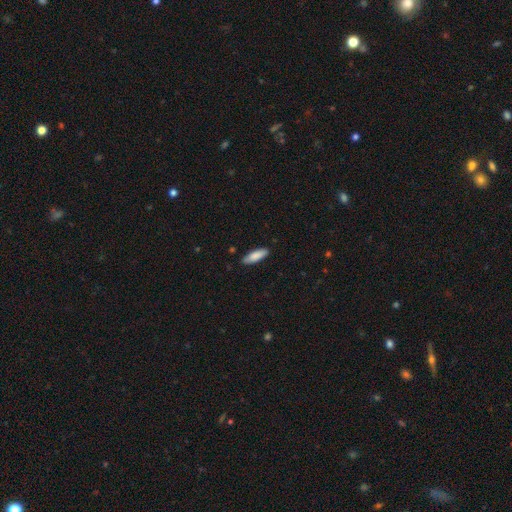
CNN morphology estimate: Smooth or featured?
  - smooth: 85% *
  - featured or disk: 9%
  - star or artifact: 6%
How rounded?
  - in between: 54% *
  - cigar-shaped: 44%
  - round: 1%
Merging?
  - none: 85% *
  - minor disturbance: 12%
  - major disturbance: 2%
  - merger: 1%